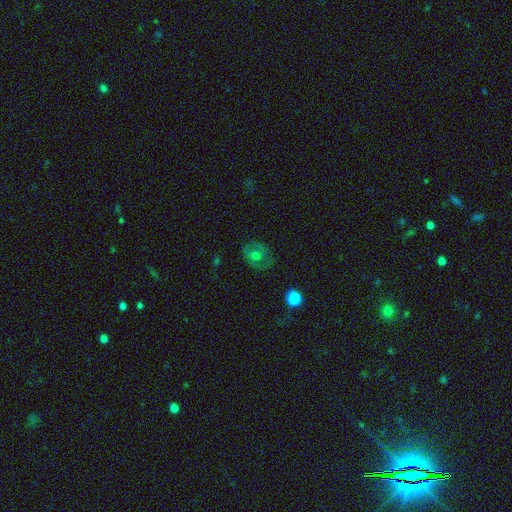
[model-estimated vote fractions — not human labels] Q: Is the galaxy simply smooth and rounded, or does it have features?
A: smooth — 55%.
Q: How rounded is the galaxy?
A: round — 55%.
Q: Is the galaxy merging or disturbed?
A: none — 71%.